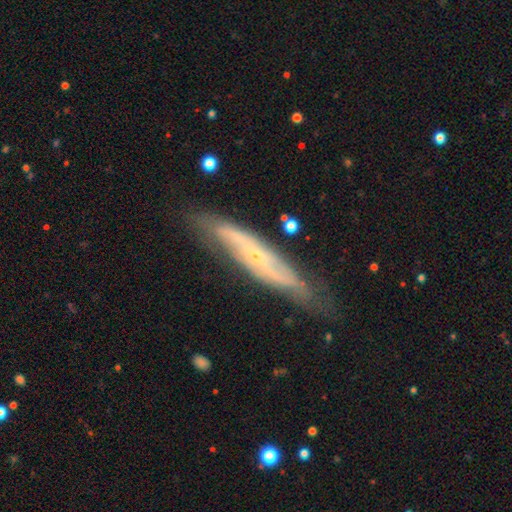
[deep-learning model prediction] A featured or disk galaxy (74%).

Vote fractions:
- Smooth or featured? featured or disk: 74% / smooth: 19% / star or artifact: 7%
- Edge-on disk? no: 51% / yes: 49%
- Merging? none: 73% / minor disturbance: 19% / major disturbance: 5% / merger: 2%